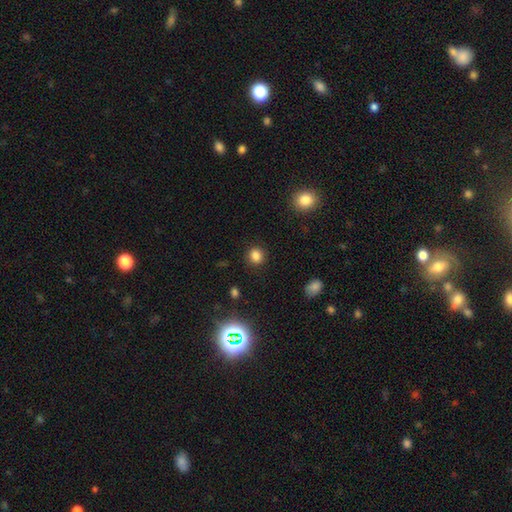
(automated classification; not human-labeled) Smooth or featured: smooth — 83% (star or artifact — 13%)
How rounded: round — 81% (in between — 18%)
Merging: none — 88% (minor disturbance — 8%)